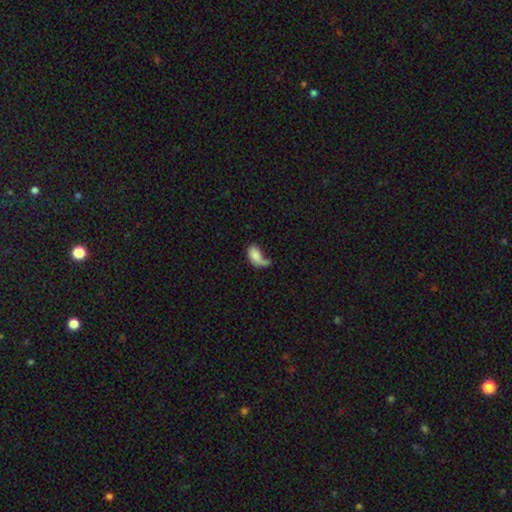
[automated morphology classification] smooth-or-featured: smooth: 76% | featured or disk: 16% | star or artifact: 8%
  how-rounded: in between: 90% | round: 6% | cigar-shaped: 3%
  merging: major disturbance: 29% | none: 27% | merger: 25% | minor disturbance: 19%